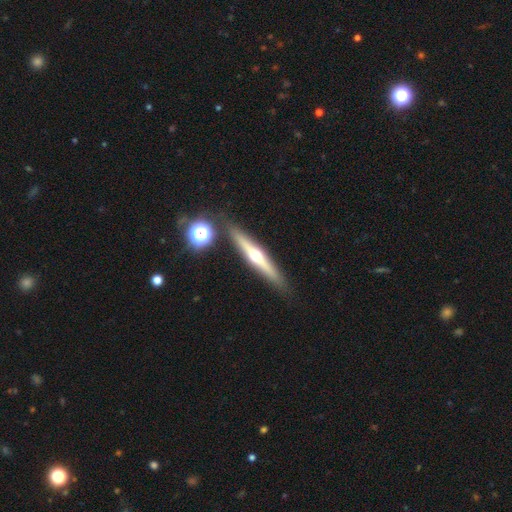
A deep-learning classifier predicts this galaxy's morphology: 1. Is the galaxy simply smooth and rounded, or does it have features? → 65% featured or disk, 28% smooth, 7% star or artifact.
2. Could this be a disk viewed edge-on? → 96% yes, 4% no.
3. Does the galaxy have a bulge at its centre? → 92% rounded, 5% none, 2% boxy.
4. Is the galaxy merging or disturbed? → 87% none, 8% minor disturbance, 3% merger, 2% major disturbance.